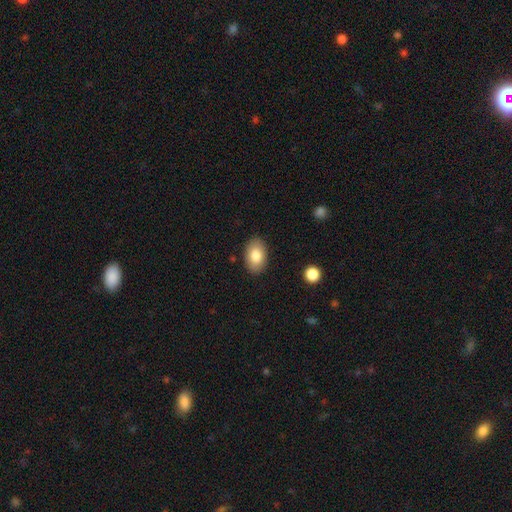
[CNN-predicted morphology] Smooth or featured? smooth (82%)
How rounded? in between (90%)
Merging? none (87%)